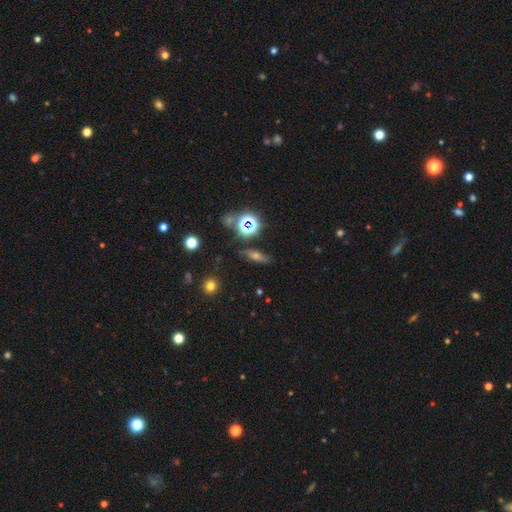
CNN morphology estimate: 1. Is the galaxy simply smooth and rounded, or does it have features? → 36% smooth, 35% star or artifact, 29% featured or disk.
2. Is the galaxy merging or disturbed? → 82% none, 10% minor disturbance, 4% merger, 4% major disturbance.